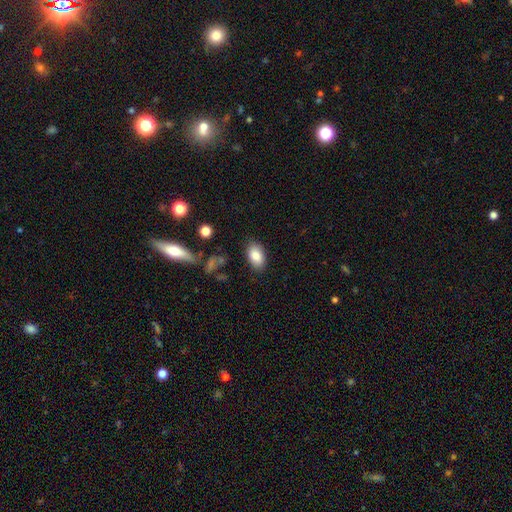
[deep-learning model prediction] Q: Smooth or featured?
A: smooth (84%); runner-up: featured or disk (8%)
Q: How rounded?
A: in between (92%); runner-up: round (6%)
Q: Merging?
A: none (84%); runner-up: minor disturbance (11%)